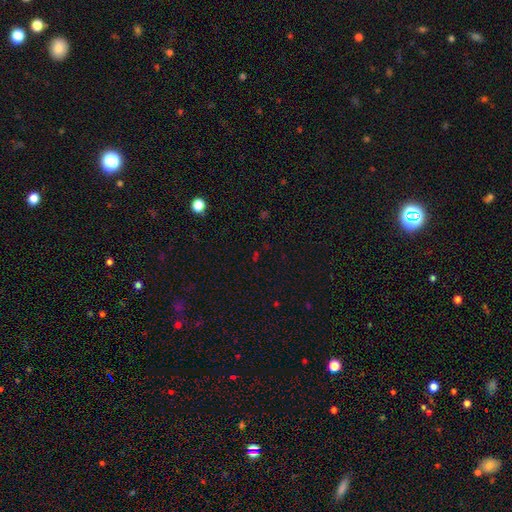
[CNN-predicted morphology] star or artifact 65%, smooth 27%, featured or disk 8%.